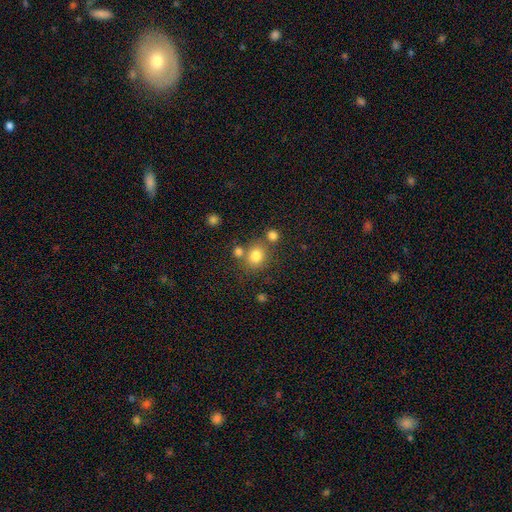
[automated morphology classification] A smooth galaxy with no disk features (79%) that is round (74%).

Vote fractions:
- Smooth or featured? smooth: 79% / star or artifact: 13% / featured or disk: 8%
- How rounded? round: 74% / in between: 25% / cigar-shaped: 1%
- Merging? none: 66% / merger: 18% / minor disturbance: 11% / major disturbance: 4%